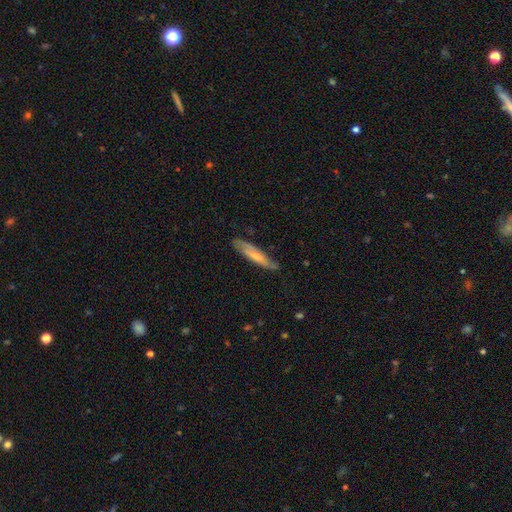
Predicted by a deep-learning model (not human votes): smooth-or-featured: smooth: 60% | featured or disk: 35% | star or artifact: 5%
  how-rounded: cigar-shaped: 84% | in between: 14% | round: 1%
  merging: none: 79% | minor disturbance: 17% | major disturbance: 3% | merger: 1%